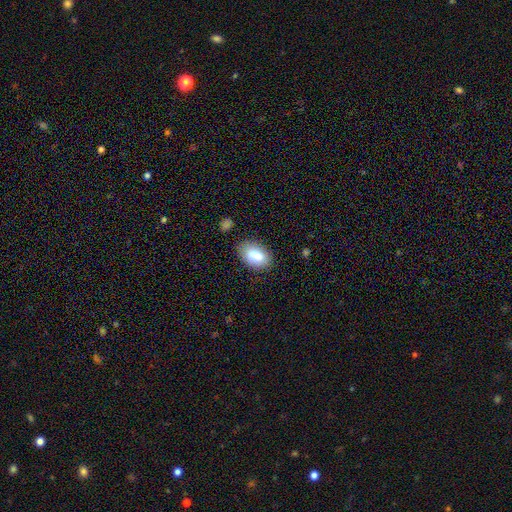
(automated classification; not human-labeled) This appears to be a smooth galaxy with no disk features (82%) that is in between round and cigar-shaped (92%). Merging: none (75%).